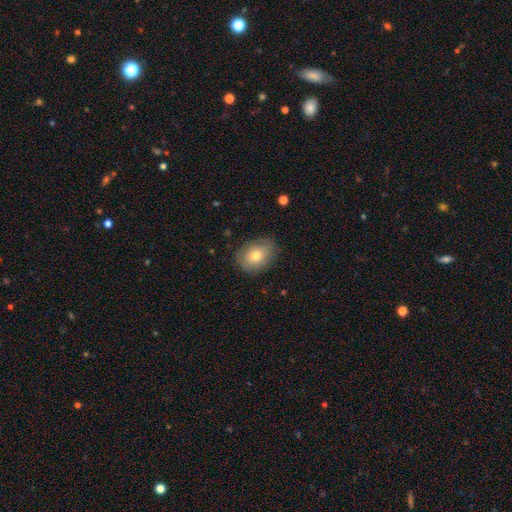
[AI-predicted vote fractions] Q: Smooth or featured?
A: smooth (69%); runner-up: featured or disk (23%)
Q: How rounded?
A: in between (63%); runner-up: round (36%)
Q: Merging?
A: none (78%); runner-up: minor disturbance (17%)